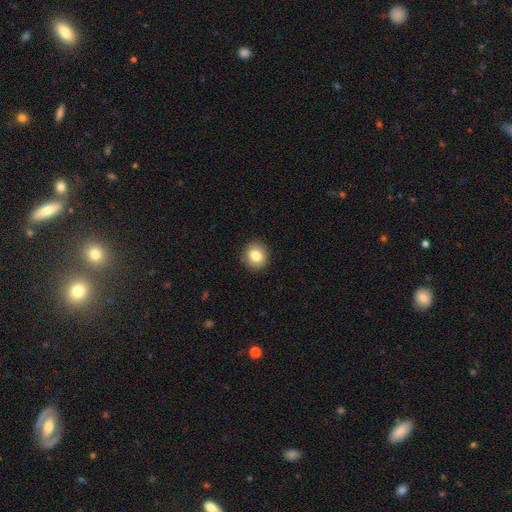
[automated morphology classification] The model was most divided on "smooth or featured": smooth: 81%, star or artifact: 10%, featured or disk: 9%. More confident: merging — none (90%); how rounded — round (86%).